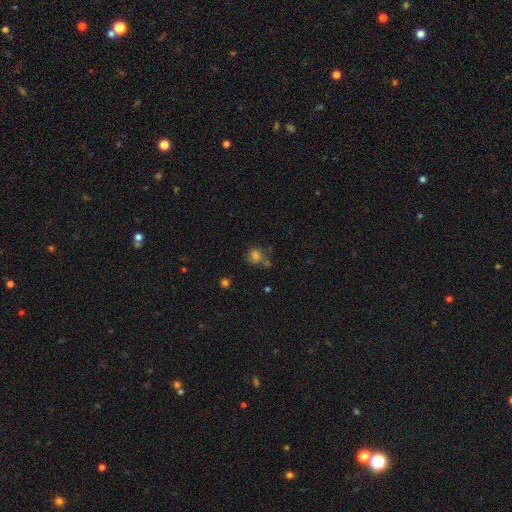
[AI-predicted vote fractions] This appears to be a smooth galaxy with no disk features (71%) that is round (68%). Merging: none (55%).